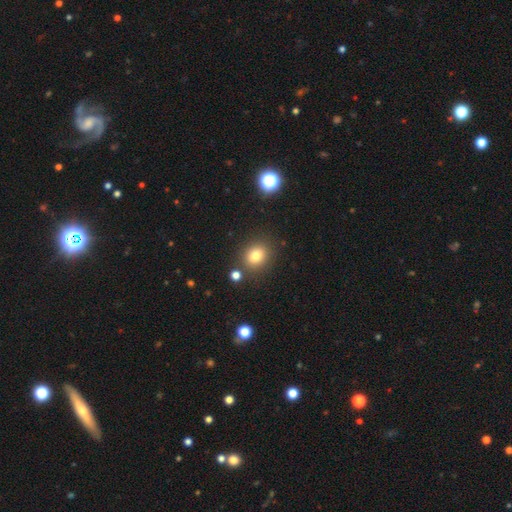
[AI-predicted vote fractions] smooth 79%, star or artifact 13%, featured or disk 7%. Down the decision tree: how rounded — round (69%); merging — none (83%).